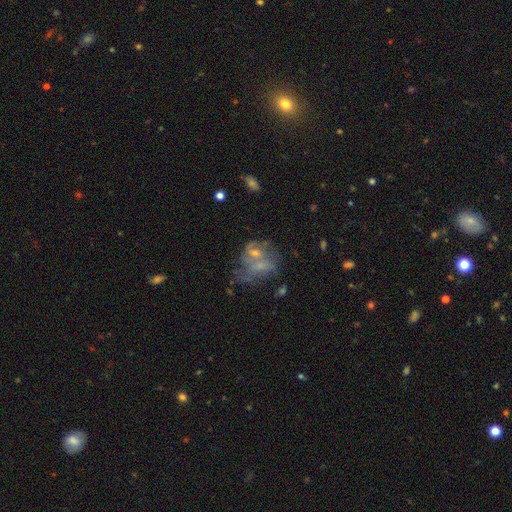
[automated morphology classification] This is possibly a featured or disk galaxy (54%). It is clearly not viewed edge-on (97%). Bar: likely no (68%). Spiral arm pattern: likely no (67%). Central bulge: marginally small (42%). Merging: marginally merger (31%).